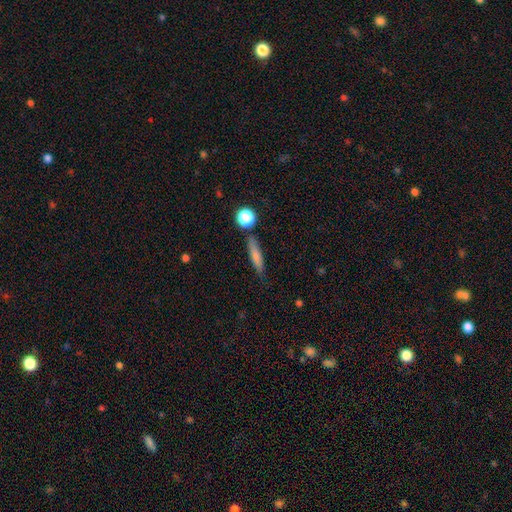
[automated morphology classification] Smooth or featured? Predicted: smooth (p=0.74). How rounded? Predicted: cigar-shaped (p=0.81). Merging? Predicted: none (p=0.80).